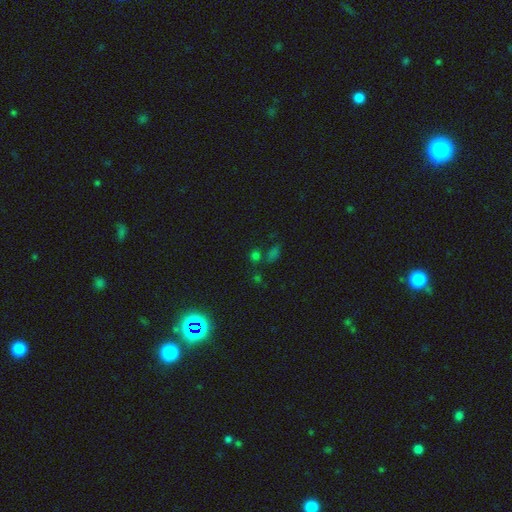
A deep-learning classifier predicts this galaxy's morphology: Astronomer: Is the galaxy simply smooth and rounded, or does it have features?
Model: smooth — 54% (runner-up: star or artifact, 39%).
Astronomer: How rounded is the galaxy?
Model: round — 66%.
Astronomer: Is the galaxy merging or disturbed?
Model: none — 60%.